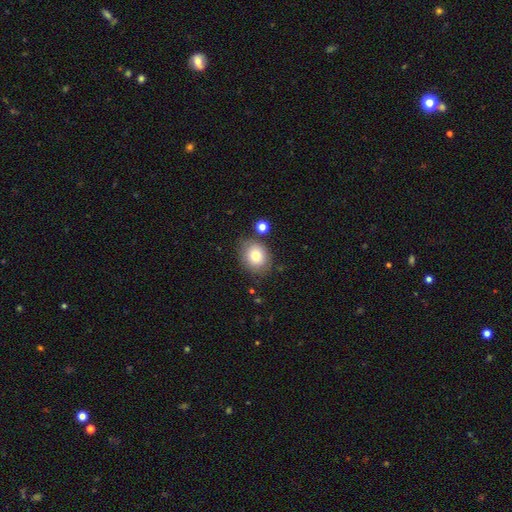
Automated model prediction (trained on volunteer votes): Overall: smooth (79%). How rounded: round (63%; in between 36%). Merging: none (78%).